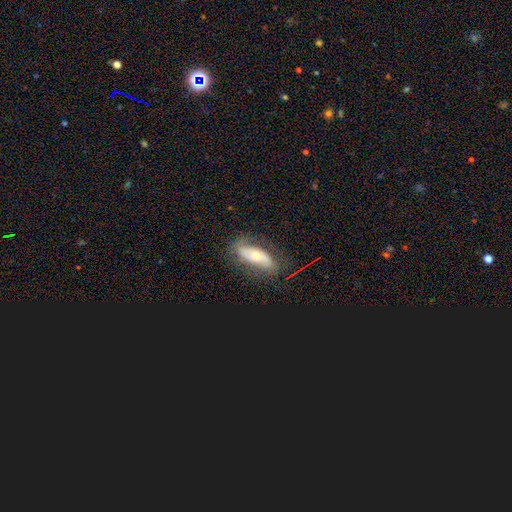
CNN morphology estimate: This is possibly a featured or disk galaxy (57%). It is likely not viewed edge-on (77%). Merging: likely none (74%).